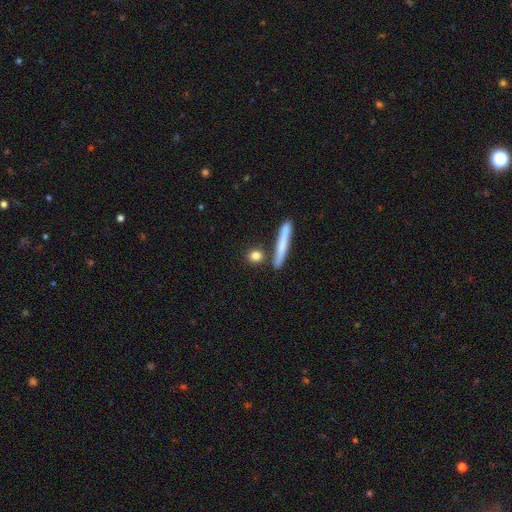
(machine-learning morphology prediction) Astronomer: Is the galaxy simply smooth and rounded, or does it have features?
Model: smooth — 81%.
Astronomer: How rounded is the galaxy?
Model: round — 55%.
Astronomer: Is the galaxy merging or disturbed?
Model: none — 78%.